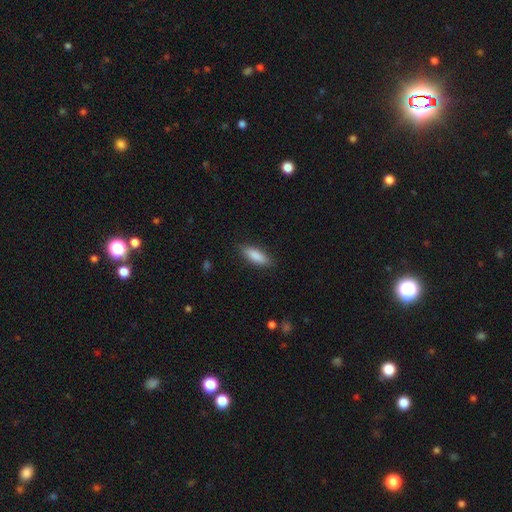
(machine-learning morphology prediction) Smooth or featured?
  - smooth: 86% *
  - featured or disk: 7%
  - star or artifact: 6%
How rounded?
  - in between: 58% *
  - cigar-shaped: 40%
  - round: 2%
Merging?
  - none: 86% *
  - minor disturbance: 11%
  - major disturbance: 2%
  - merger: 1%